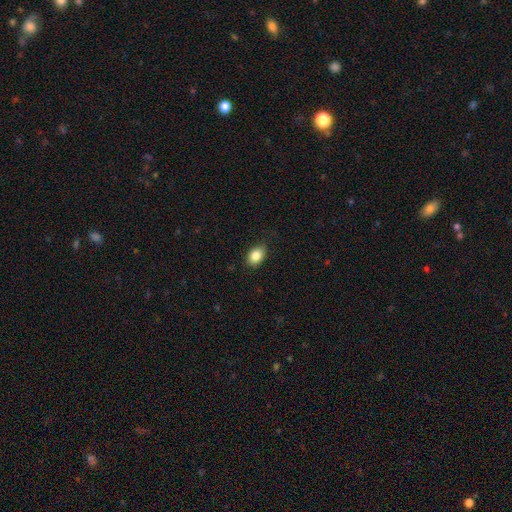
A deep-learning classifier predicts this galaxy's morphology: Smooth or featured? Predicted: smooth (p=0.85). How rounded? Predicted: in between (p=0.79). Merging? Predicted: none (p=0.83).